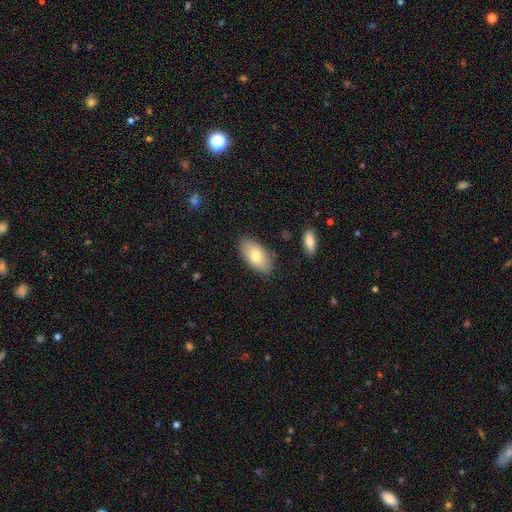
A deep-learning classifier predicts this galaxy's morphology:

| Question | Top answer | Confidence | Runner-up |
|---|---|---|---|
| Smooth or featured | smooth | 77% | featured or disk (17%) |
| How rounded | in between | 93% | cigar-shaped (4%) |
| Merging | none | 84% | minor disturbance (11%) |